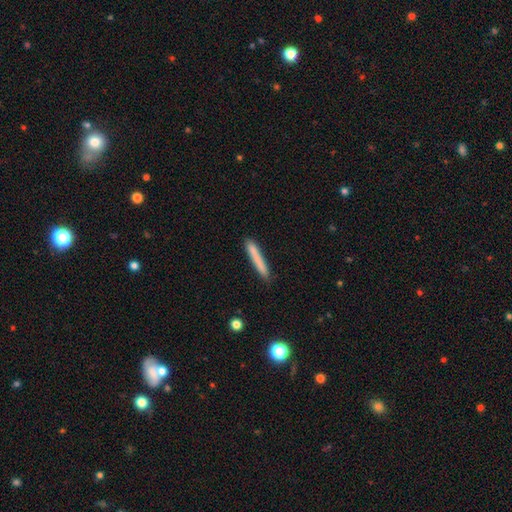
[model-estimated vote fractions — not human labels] Morphology: type=smooth (71%); roundness=cigar-shaped (96%); merging=none (87%).